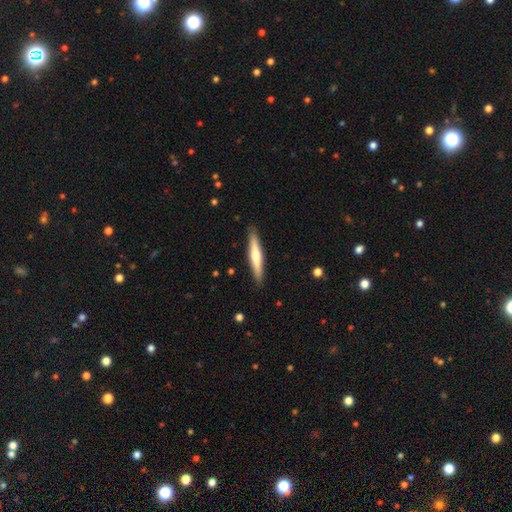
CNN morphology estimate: The model was most divided on "smooth or featured": smooth: 51%, featured or disk: 44%, star or artifact: 5%. More confident: how rounded — cigar-shaped (91%); merging — none (90%).